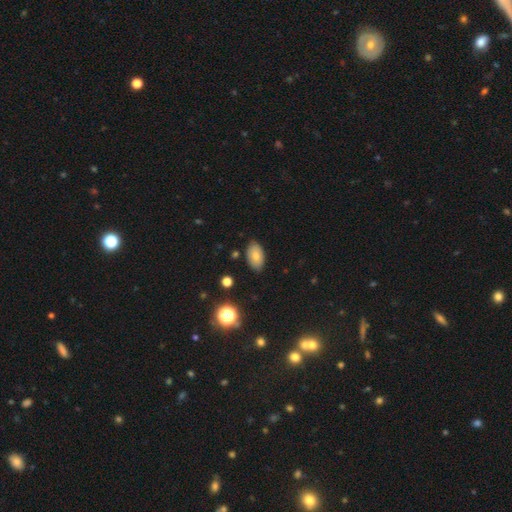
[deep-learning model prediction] smooth 74%, featured or disk 16%, star or artifact 10%. Down the decision tree: how rounded — in between (92%); merging — none (85%).